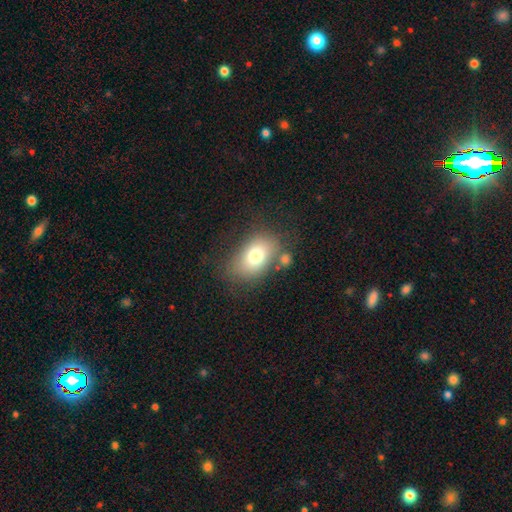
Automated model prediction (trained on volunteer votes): A smooth galaxy with no disk features (74%) that is in between round and cigar-shaped (84%). Merging: none (66%).